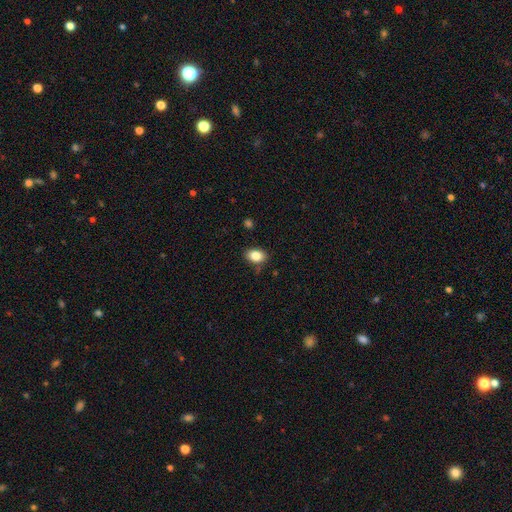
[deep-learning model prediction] Overall: smooth (85%). How rounded: in between (80%). Merging: none (82%).